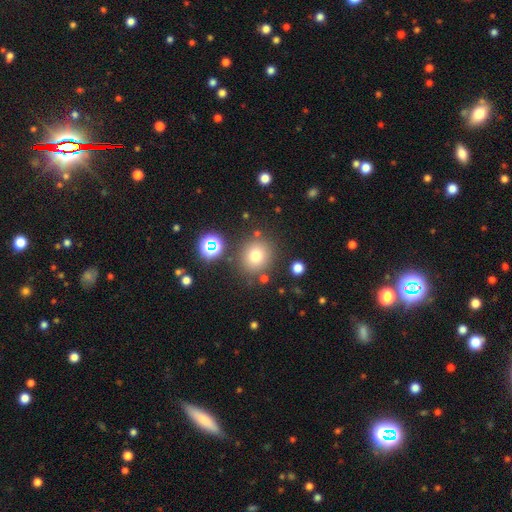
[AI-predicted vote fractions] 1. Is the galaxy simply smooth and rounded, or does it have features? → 74% smooth, 17% star or artifact, 10% featured or disk.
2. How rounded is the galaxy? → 88% round, 11% in between, 1% cigar-shaped.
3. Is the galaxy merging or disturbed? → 83% none, 9% minor disturbance, 5% merger, 3% major disturbance.